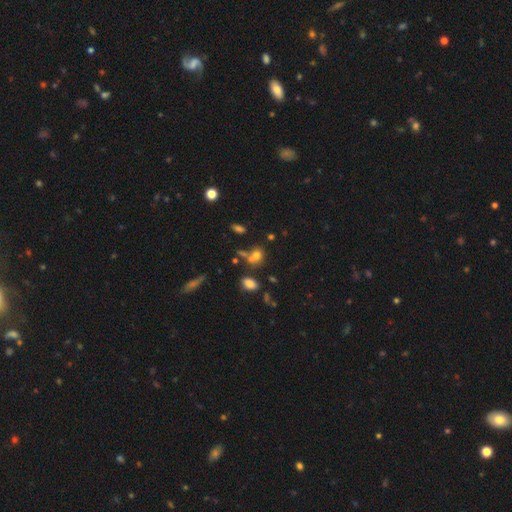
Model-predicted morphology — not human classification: Q: Smooth or featured?
A: smooth (69%); runner-up: star or artifact (18%)
Q: How rounded?
A: round (64%); runner-up: in between (34%)
Q: Merging?
A: none (51%); runner-up: merger (31%)